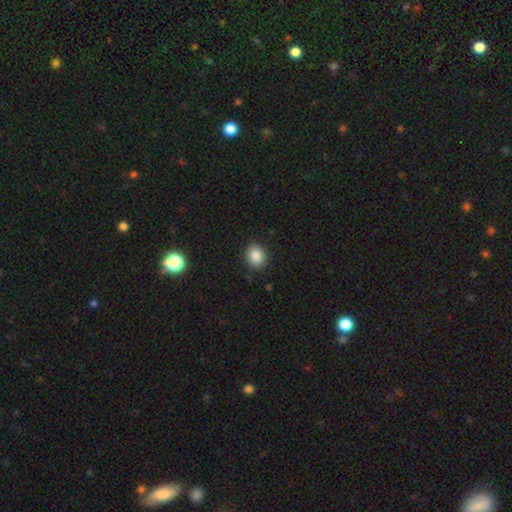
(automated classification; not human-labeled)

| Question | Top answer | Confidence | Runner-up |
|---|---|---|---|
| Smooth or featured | smooth | 87% | star or artifact (9%) |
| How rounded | round | 67% | in between (32%) |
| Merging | none | 89% | minor disturbance (8%) |